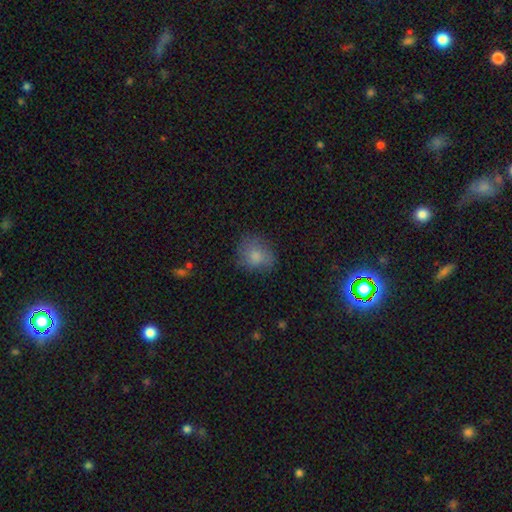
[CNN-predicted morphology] Smooth or featured?
  - smooth: 79% *
  - featured or disk: 12%
  - star or artifact: 9%
How rounded?
  - round: 71% *
  - in between: 28%
  - cigar-shaped: 1%
Merging?
  - none: 70% *
  - minor disturbance: 20%
  - major disturbance: 8%
  - merger: 1%